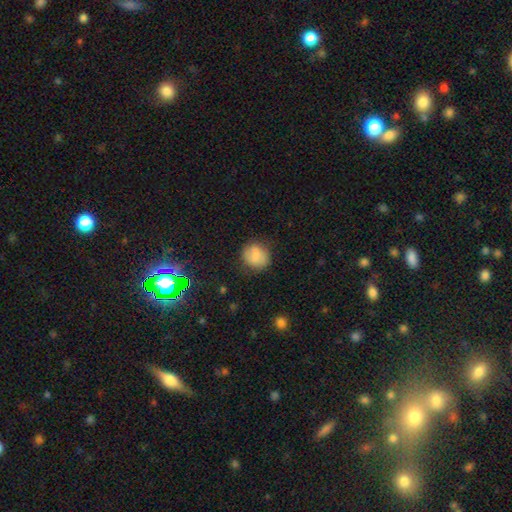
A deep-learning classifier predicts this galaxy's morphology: Overall: smooth (76%). How rounded: round (81%). Merging: none (72%).